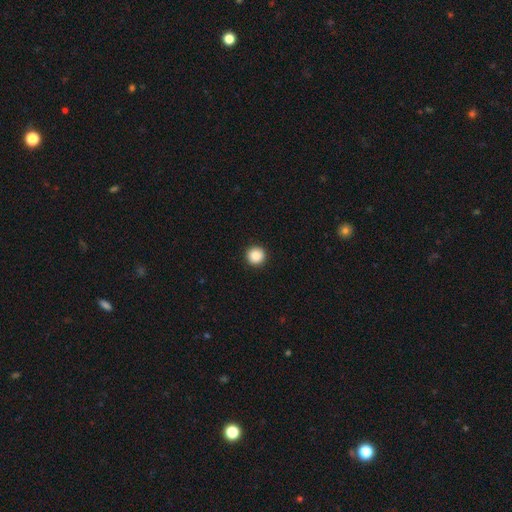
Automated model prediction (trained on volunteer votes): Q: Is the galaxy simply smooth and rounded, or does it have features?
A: smooth — 88%.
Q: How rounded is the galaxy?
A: round — 96%.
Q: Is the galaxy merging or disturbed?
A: none — 93%.